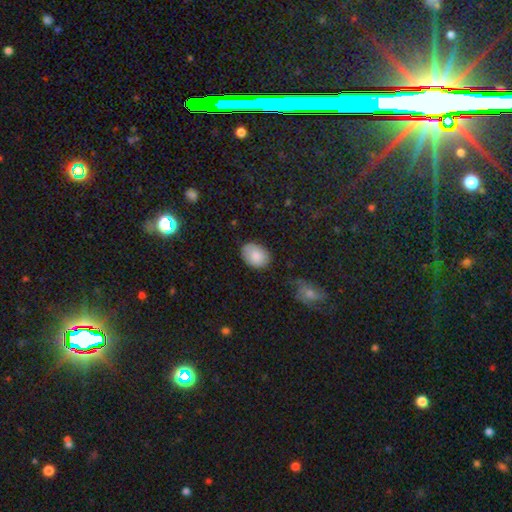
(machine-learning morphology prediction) type=smooth (86%); roundness=in between (78%); merging=none (78%).